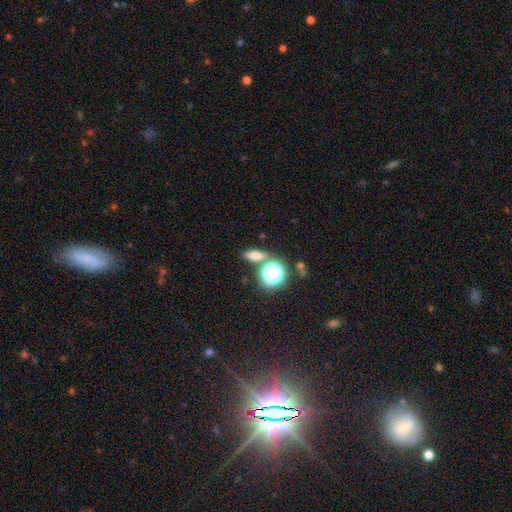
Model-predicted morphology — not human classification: Overall: smooth (70%). How rounded: in between (61%; round 26%). Merging: none (70%).